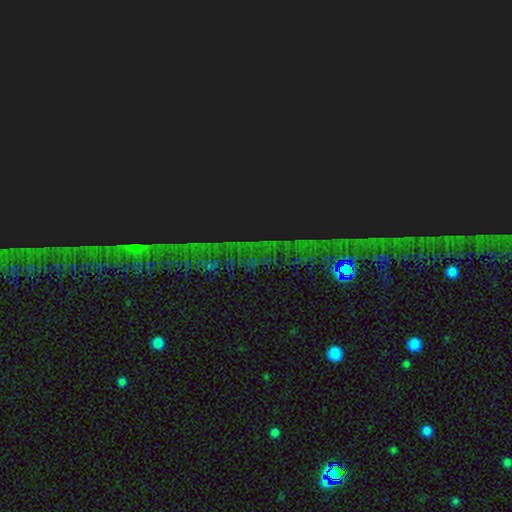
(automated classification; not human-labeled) Morphology: type=star or artifact (83%).